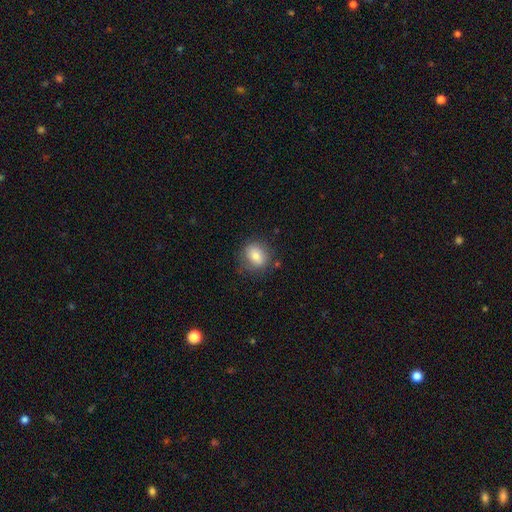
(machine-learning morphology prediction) smooth 76%, featured or disk 14%, star or artifact 10%. Down the decision tree: how rounded — round (63%); merging — none (79%).